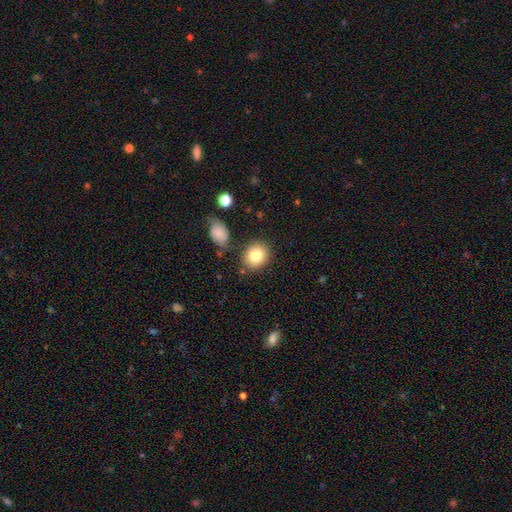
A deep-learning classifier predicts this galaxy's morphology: smooth 82%, featured or disk 9%, star or artifact 9%. Down the decision tree: how rounded — round (65%); merging — none (80%).